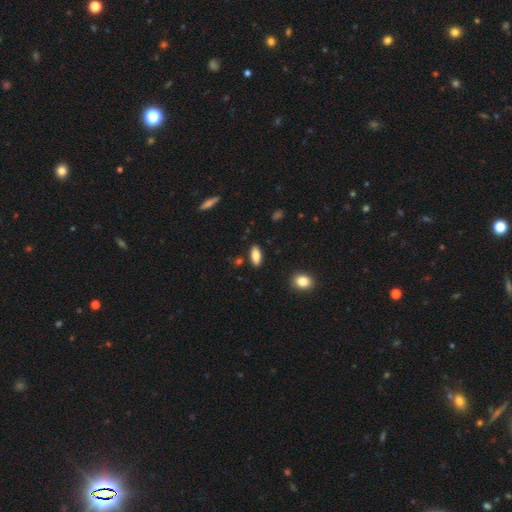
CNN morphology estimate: Smooth or featured? smooth (80%)
How rounded? in between (79%)
Merging? none (87%)